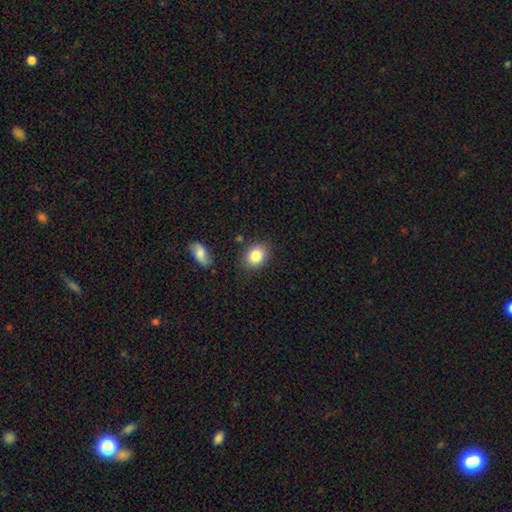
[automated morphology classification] The model was most divided on "how rounded": in between: 55%, round: 44%, cigar-shaped: 1%. More confident: merging — none (84%); smooth or featured — smooth (83%).